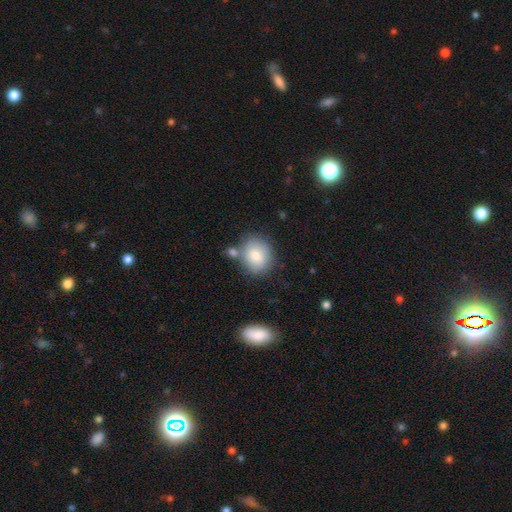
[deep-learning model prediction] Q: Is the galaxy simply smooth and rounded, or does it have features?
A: smooth — 78%.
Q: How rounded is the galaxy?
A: round — 70%.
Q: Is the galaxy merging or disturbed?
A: none — 65%.